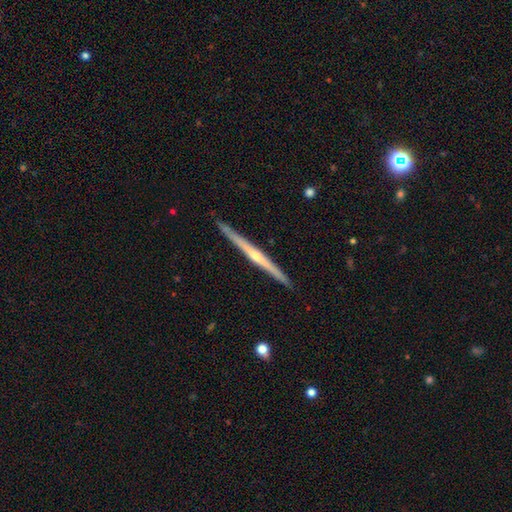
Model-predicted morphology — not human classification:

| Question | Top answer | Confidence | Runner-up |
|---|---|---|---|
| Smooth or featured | featured or disk | 81% | smooth (14%) |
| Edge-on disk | yes | 98% | no (2%) |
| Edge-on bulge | rounded | 75% | none (19%) |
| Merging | none | 92% | minor disturbance (5%) |